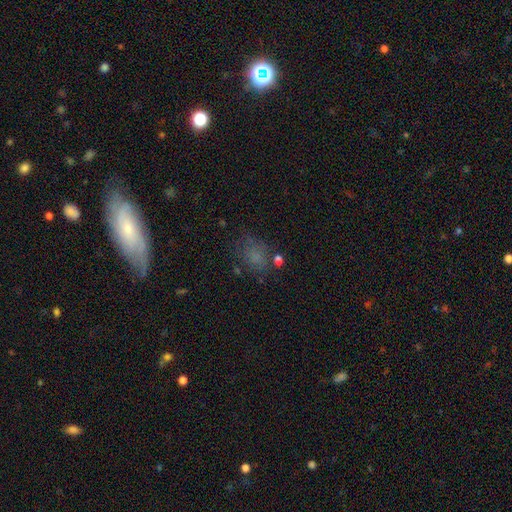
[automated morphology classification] Smooth or featured?
  - smooth: 61% *
  - star or artifact: 22%
  - featured or disk: 17%
How rounded?
  - in between: 57% *
  - round: 40%
  - cigar-shaped: 3%
Merging?
  - none: 60% *
  - minor disturbance: 20%
  - major disturbance: 13%
  - merger: 7%